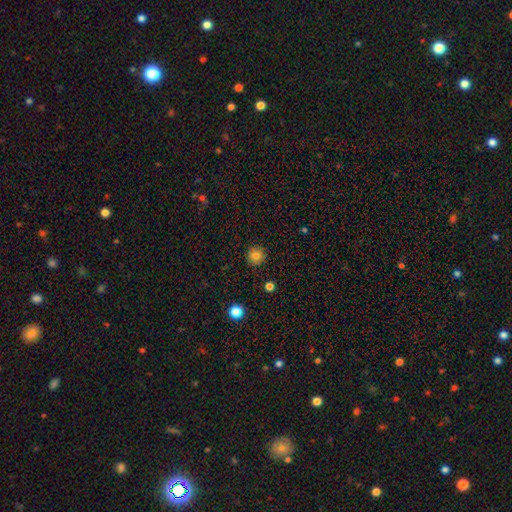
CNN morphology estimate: This is clearly a smooth galaxy (81%). How rounded: clearly round (95%). Merging: clearly none (91%).